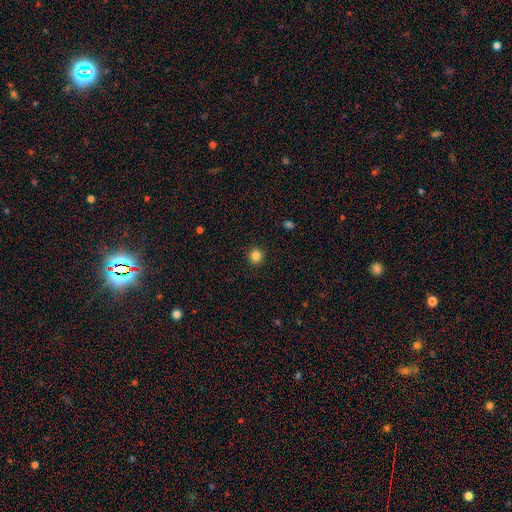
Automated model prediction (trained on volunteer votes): Overall: smooth (84%). How rounded: round (94%). Merging: none (92%).